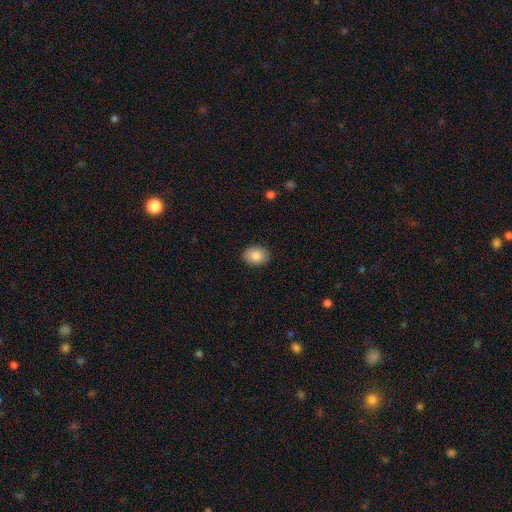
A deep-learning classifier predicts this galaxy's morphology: type=smooth (86%); roundness=in between (67%); merging=none (89%).